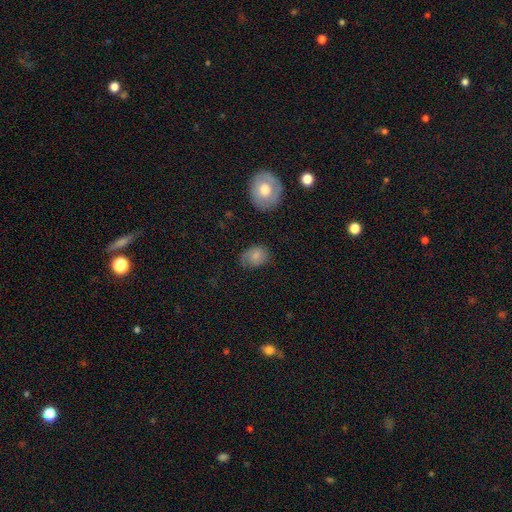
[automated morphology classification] smooth-or-featured: smooth: 75% | featured or disk: 16% | star or artifact: 9%
  how-rounded: in between: 60% | round: 38% | cigar-shaped: 1%
  merging: none: 60% | minor disturbance: 29% | major disturbance: 9% | merger: 2%